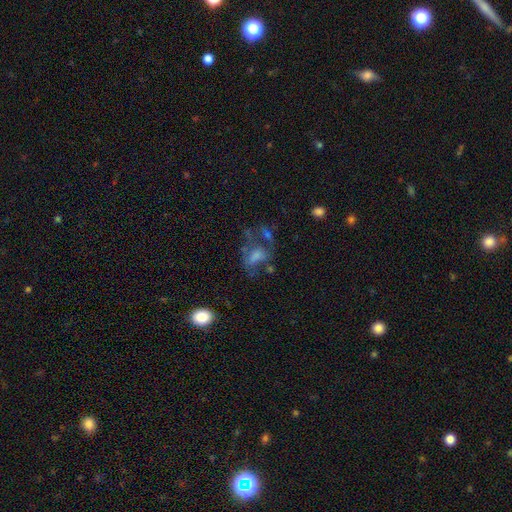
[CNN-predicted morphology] Smooth or featured?
  - featured or disk: 44% *
  - smooth: 35%
  - star or artifact: 20%
Merging?
  - none: 36% *
  - major disturbance: 32%
  - minor disturbance: 17%
  - merger: 14%